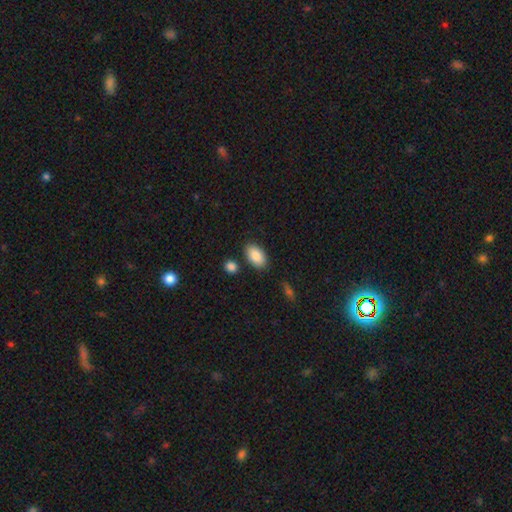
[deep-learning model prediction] smooth_or_featured: smooth (p=0.88) [alt: star or artifact p=0.06]
how_rounded: in between (p=0.94) [alt: round p=0.05]
merging: none (p=0.83) [alt: minor disturbance p=0.10]